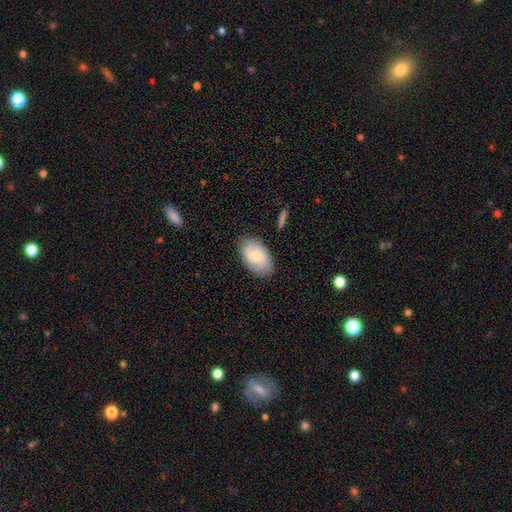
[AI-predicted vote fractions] This appears to be a smooth galaxy with no disk features (62%) that is in between round and cigar-shaped (93%). Merging: none (82%).